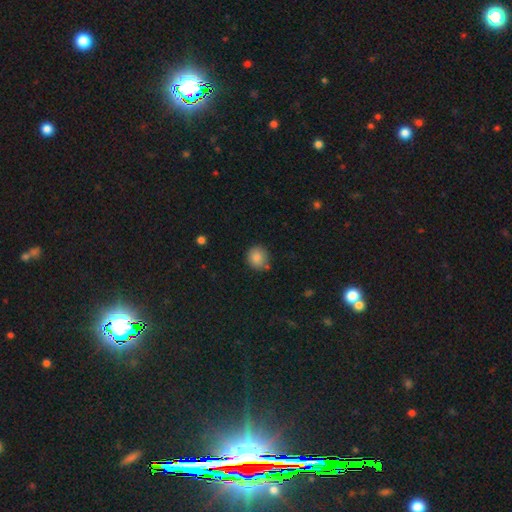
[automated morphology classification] type=smooth (82%); roundness=round (87%); merging=none (78%).